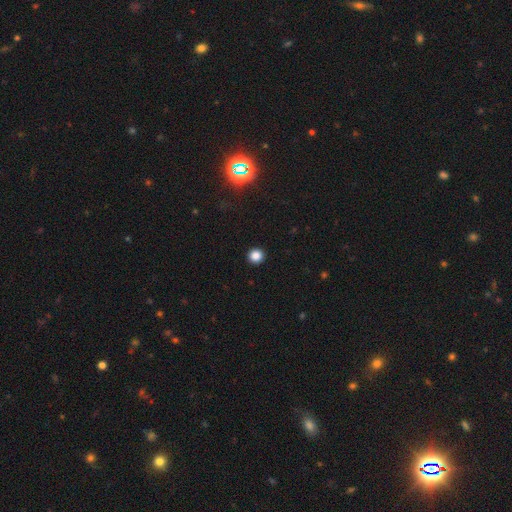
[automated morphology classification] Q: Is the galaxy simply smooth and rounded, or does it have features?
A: smooth — 85%.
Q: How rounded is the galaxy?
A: round — 94%.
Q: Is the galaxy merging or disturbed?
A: none — 93%.